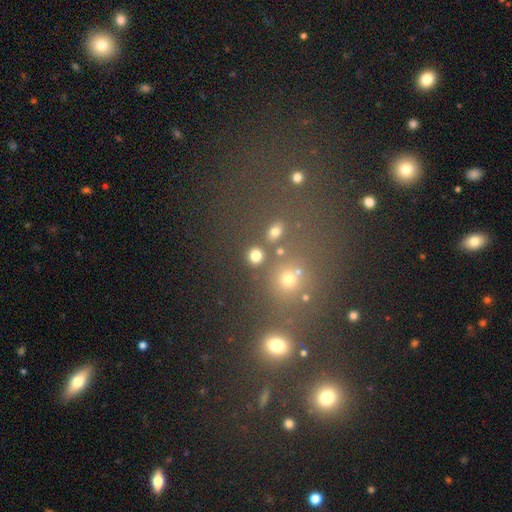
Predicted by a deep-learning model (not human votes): smooth-or-featured: smooth: 77% | star or artifact: 17% | featured or disk: 6%
  how-rounded: round: 82% | in between: 16% | cigar-shaped: 1%
  merging: none: 78% | merger: 10% | minor disturbance: 8% | major disturbance: 4%